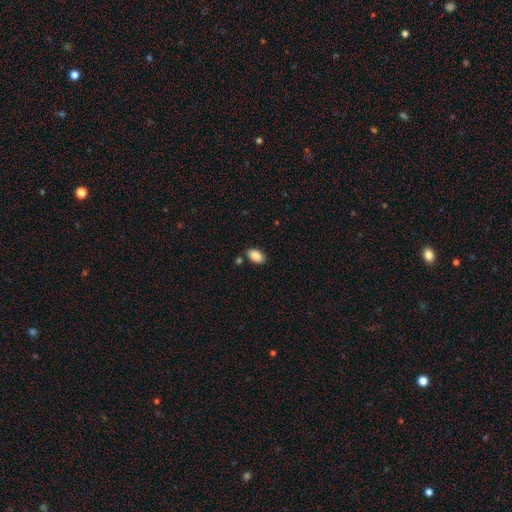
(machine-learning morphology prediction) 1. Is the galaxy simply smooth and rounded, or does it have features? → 88% smooth, 7% star or artifact, 5% featured or disk.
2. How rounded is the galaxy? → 93% in between, 5% round, 2% cigar-shaped.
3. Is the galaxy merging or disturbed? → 83% none, 10% minor disturbance, 4% merger, 2% major disturbance.